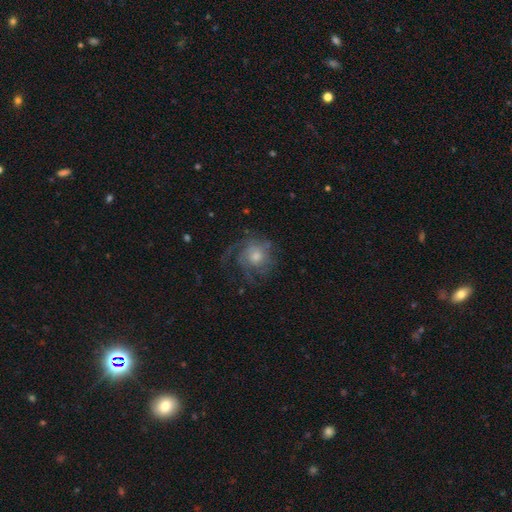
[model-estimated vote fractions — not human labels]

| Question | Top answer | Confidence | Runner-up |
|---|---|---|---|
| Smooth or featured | featured or disk | 65% | smooth (24%) |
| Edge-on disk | no | 97% | yes (3%) |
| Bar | no | 80% | weak (17%) |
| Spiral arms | yes | 86% | no (14%) |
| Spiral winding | tight | 44% | medium (36%) |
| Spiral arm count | can't tell | 41% | 3 (18%) |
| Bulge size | moderate | 57% | small (27%) |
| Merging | none | 61% | major disturbance (20%) |